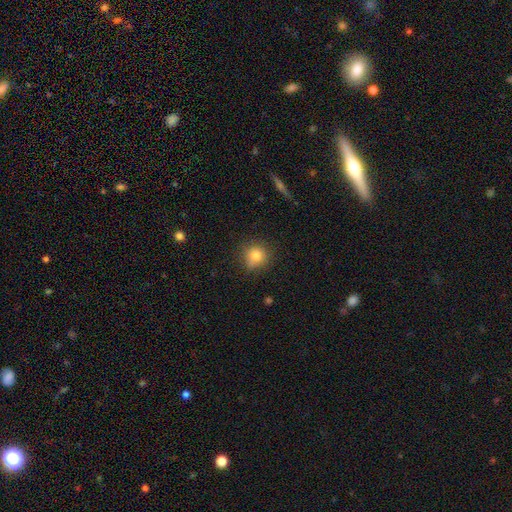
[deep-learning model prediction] Morphology: type=smooth (81%); roundness=round (89%); merging=none (78%).